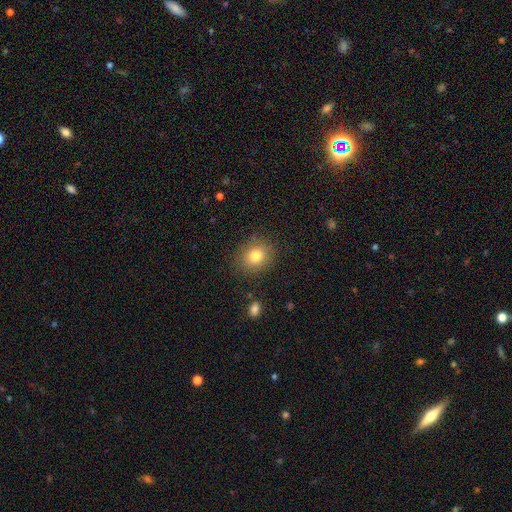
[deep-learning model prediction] Smooth or featured? smooth (80%)
How rounded? round (74%)
Merging? none (85%)